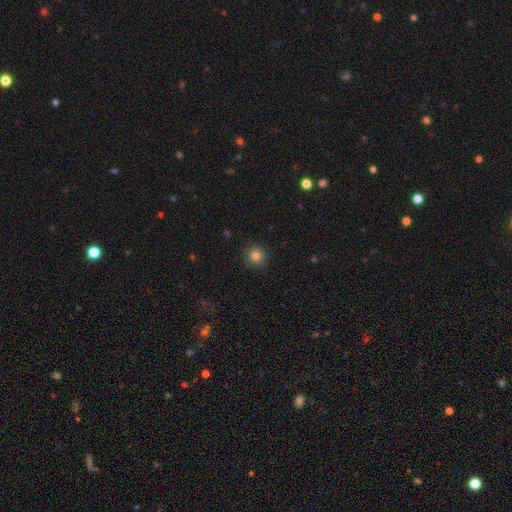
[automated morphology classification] Q: Smooth or featured?
A: smooth (83%); runner-up: star or artifact (12%)
Q: How rounded?
A: round (92%); runner-up: in between (7%)
Q: Merging?
A: none (88%); runner-up: minor disturbance (9%)